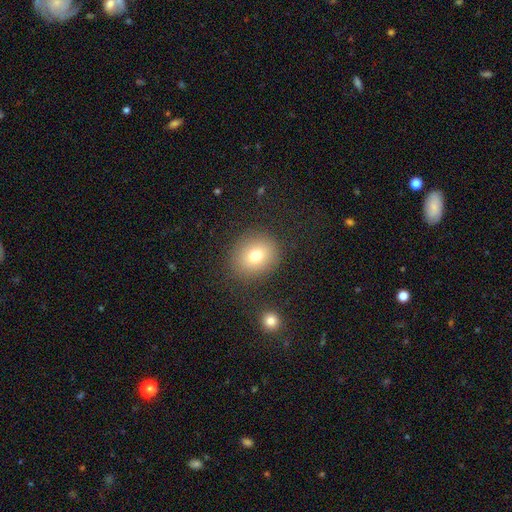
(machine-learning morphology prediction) type=smooth (75%); roundness=round (65%); merging=none (84%).